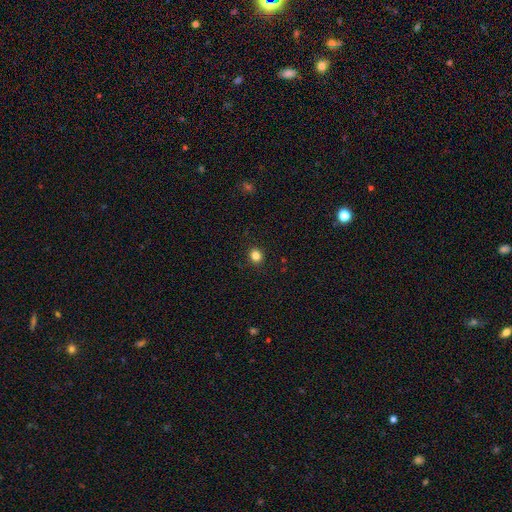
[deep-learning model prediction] A smooth galaxy with no disk features (84%) that is round (82%).

Vote fractions:
- Smooth or featured? smooth: 84% / star or artifact: 12% / featured or disk: 4%
- How rounded? round: 82% / in between: 17% / cigar-shaped: 1%
- Merging? none: 91% / minor disturbance: 6% / major disturbance: 2% / merger: 1%